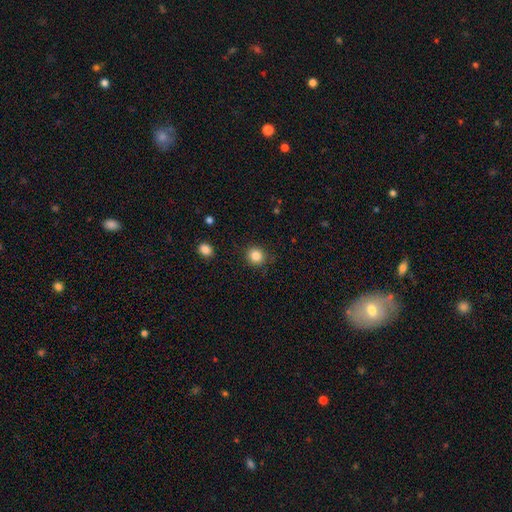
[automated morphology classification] A smooth galaxy with no disk features (85%) that is round (86%).

Vote fractions:
- Smooth or featured? smooth: 85% / star or artifact: 11% / featured or disk: 5%
- How rounded? round: 86% / in between: 13% / cigar-shaped: 1%
- Merging? none: 87% / minor disturbance: 9% / major disturbance: 3% / merger: 1%